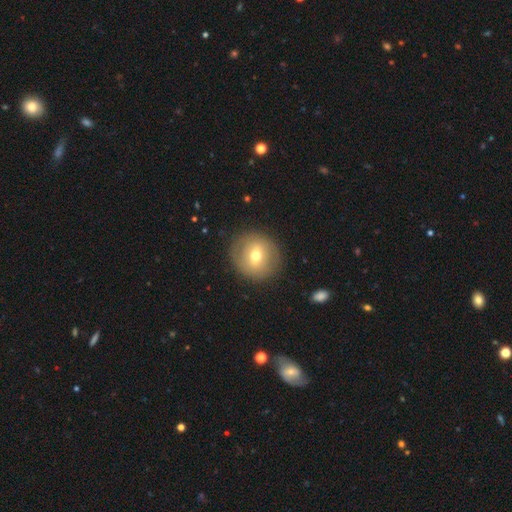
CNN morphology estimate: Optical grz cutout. It shows a smooth galaxy with no disk features (56%) that is round (88%). Merging: none (86%).